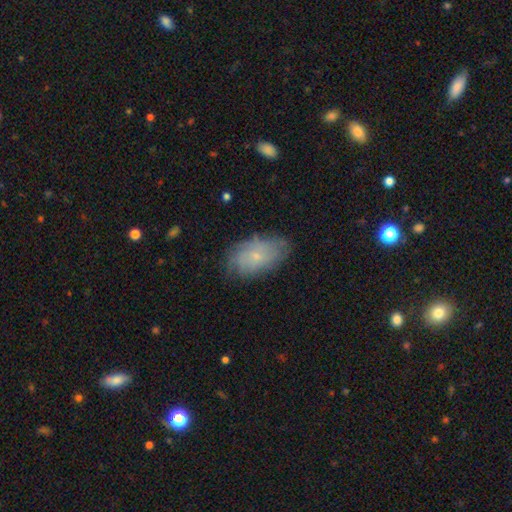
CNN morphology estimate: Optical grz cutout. It shows a smooth galaxy with no disk features (53%) that is in between round and cigar-shaped (90%). Merging: none (71%).